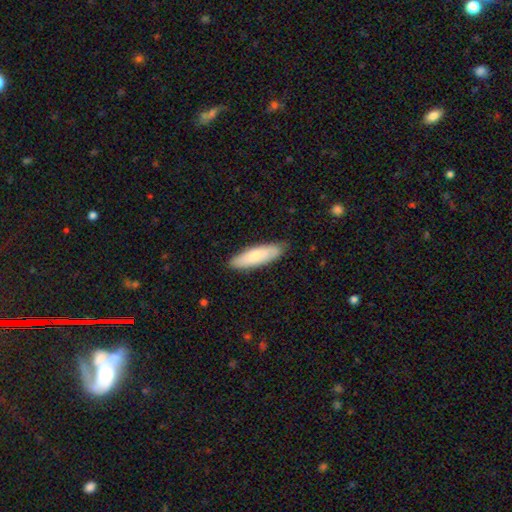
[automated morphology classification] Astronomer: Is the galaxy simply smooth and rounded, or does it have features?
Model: smooth — 74%.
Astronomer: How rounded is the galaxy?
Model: cigar-shaped — 53% (runner-up: in between, 46%).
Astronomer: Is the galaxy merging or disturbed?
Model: none — 83%.